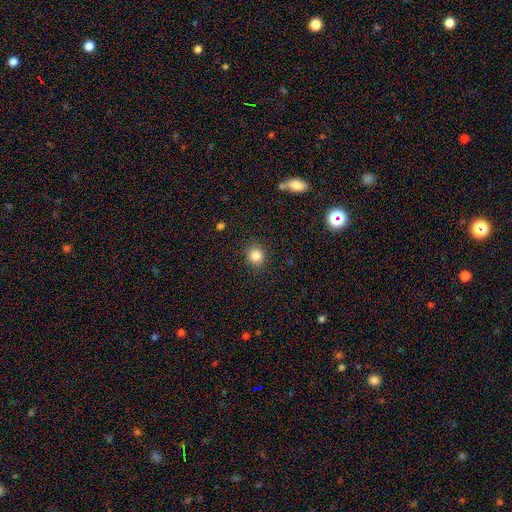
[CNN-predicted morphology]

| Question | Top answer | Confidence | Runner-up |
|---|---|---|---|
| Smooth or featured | smooth | 83% | star or artifact (12%) |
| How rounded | round | 85% | in between (14%) |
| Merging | none | 89% | minor disturbance (8%) |